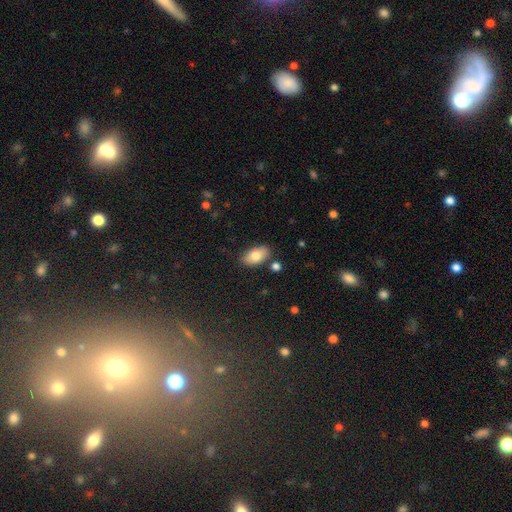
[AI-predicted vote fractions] This appears to be a smooth galaxy with no disk features (80%) that is in between round and cigar-shaped (93%). Merging: none (79%).